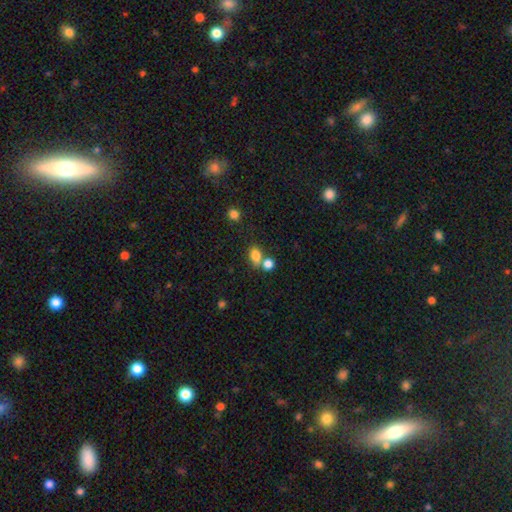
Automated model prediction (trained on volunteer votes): This is clearly a smooth galaxy (82%). How rounded: likely in between (75%). Merging: possibly none (49%).